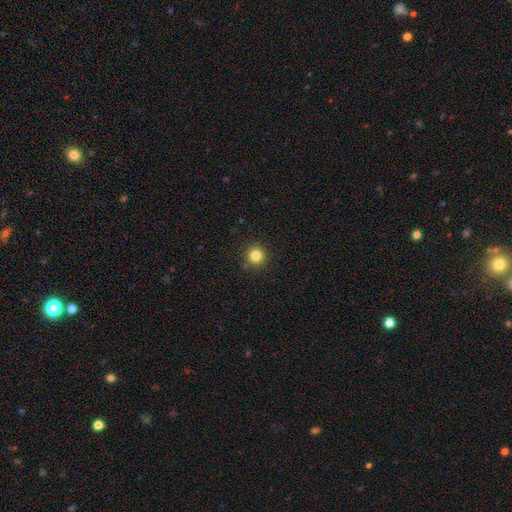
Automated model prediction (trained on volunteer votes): A smooth galaxy with no disk features (83%) that is round (95%). Merging: none (90%).